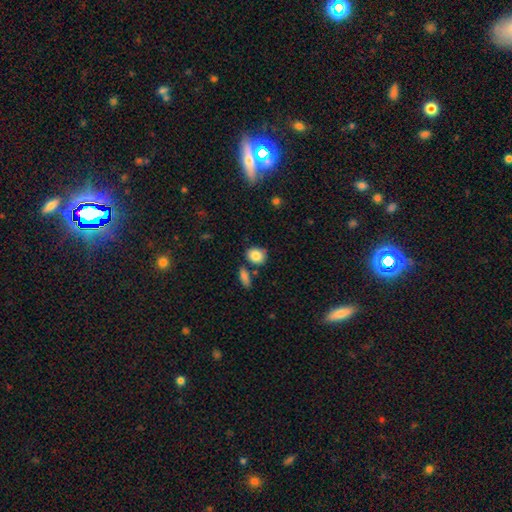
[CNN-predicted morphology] type=smooth (85%); roundness=round (60%); merging=none (72%).